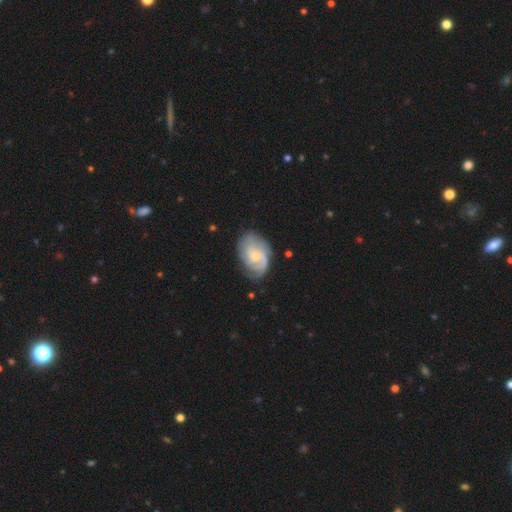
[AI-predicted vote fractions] smooth_or_featured: featured or disk (p=0.75) [alt: smooth p=0.20]
disk_edge_on: no (p=0.97) [alt: yes p=0.03]
bar: no (p=0.56) [alt: weak p=0.39]
has_spiral_arms: yes (p=0.93) [alt: no p=0.07]
spiral_winding: medium (p=0.41) [alt: tight p=0.40]
spiral_arm_count: 2 (p=0.40) [alt: can't tell p=0.29]
bulge_size: small (p=0.62) [alt: moderate p=0.31]
merging: none (p=0.66) [alt: minor disturbance p=0.22]